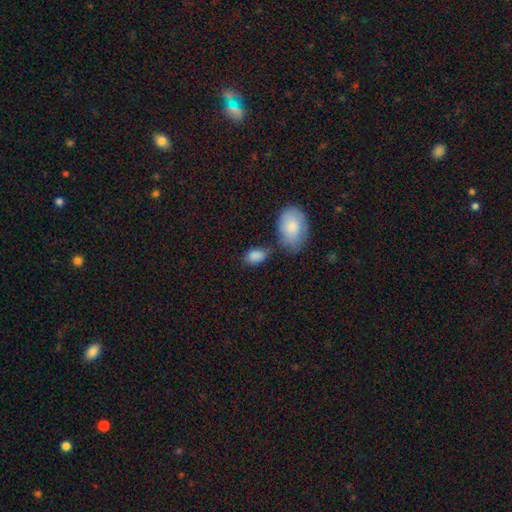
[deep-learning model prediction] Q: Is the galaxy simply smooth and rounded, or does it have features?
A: smooth — 86%.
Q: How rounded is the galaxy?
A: in between — 89%.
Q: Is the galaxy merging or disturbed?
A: none — 56%.